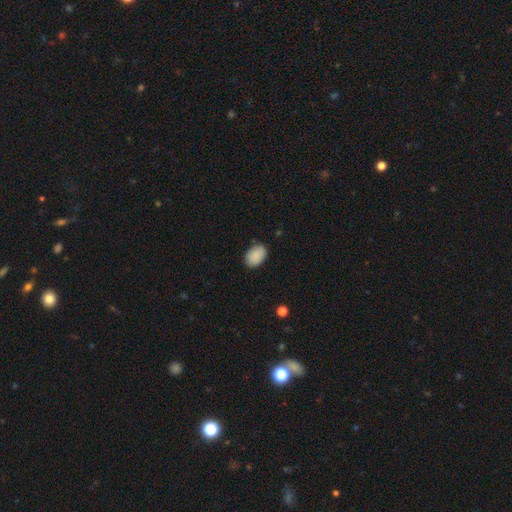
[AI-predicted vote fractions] Smooth or featured?
  - smooth: 90% *
  - star or artifact: 7%
  - featured or disk: 4%
How rounded?
  - in between: 84% *
  - round: 15%
  - cigar-shaped: 1%
Merging?
  - none: 84% *
  - minor disturbance: 13%
  - major disturbance: 2%
  - merger: 1%